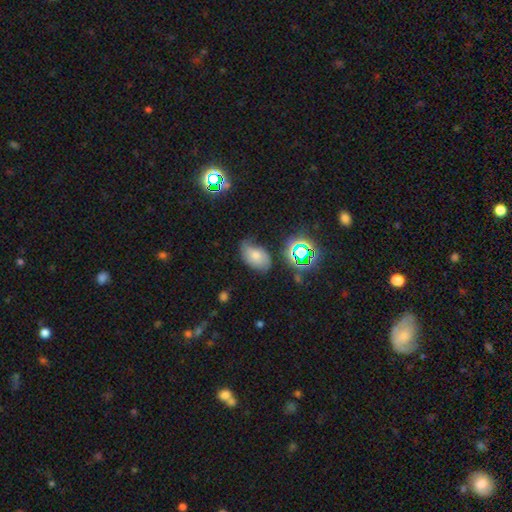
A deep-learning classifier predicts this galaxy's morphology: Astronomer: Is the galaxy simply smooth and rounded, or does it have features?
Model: smooth — 42% (runner-up: star or artifact, 30%).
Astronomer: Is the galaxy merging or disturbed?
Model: none — 60%.